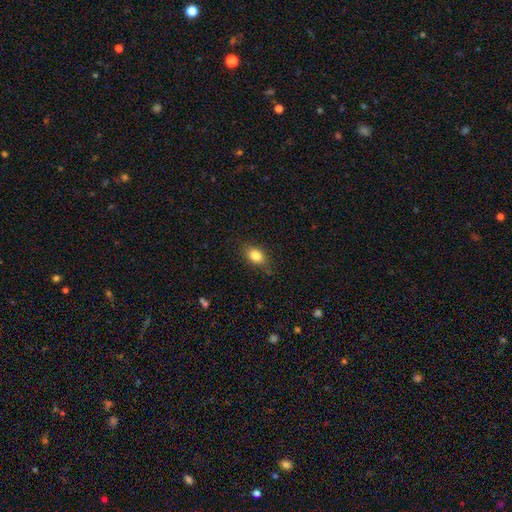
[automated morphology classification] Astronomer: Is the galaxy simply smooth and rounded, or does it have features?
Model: smooth — 84%.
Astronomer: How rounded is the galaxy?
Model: in between — 80%.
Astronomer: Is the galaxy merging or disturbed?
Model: none — 79%.